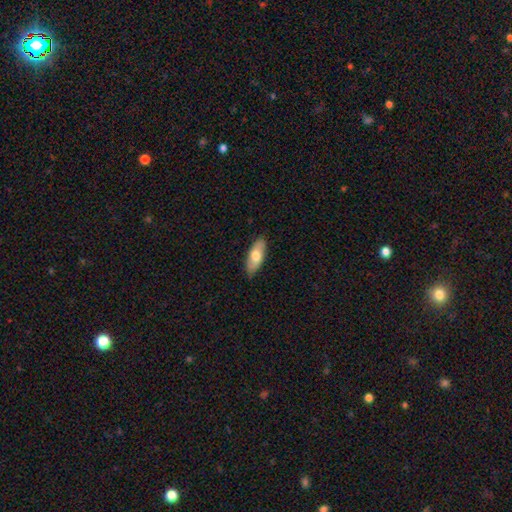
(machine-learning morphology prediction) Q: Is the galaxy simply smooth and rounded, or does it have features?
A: smooth — 70%.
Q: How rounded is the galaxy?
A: in between — 76%.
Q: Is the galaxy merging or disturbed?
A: none — 85%.